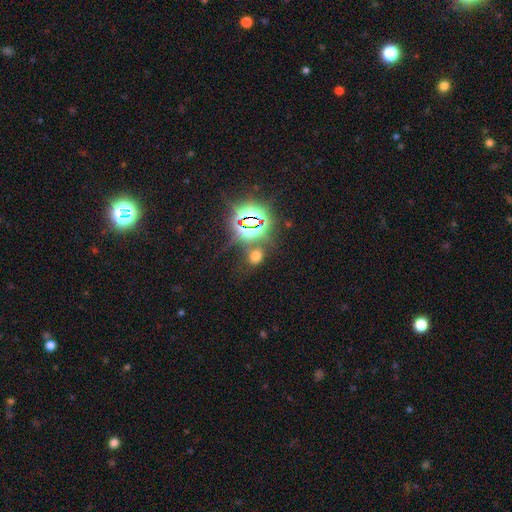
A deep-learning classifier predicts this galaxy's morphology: The model was most divided on "smooth or featured" (2-way tie): smooth: 46%, star or artifact: 46%, featured or disk: 8%. More confident: merging — none (70%).